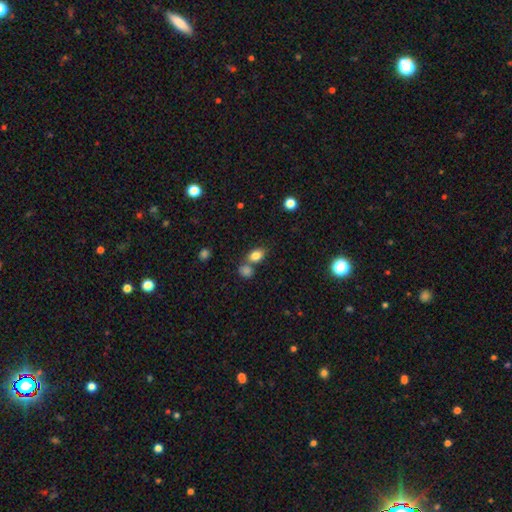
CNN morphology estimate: Smooth or featured? Predicted: smooth (p=0.82). How rounded? Predicted: in between (p=0.73). Merging? Predicted: none (p=0.55).